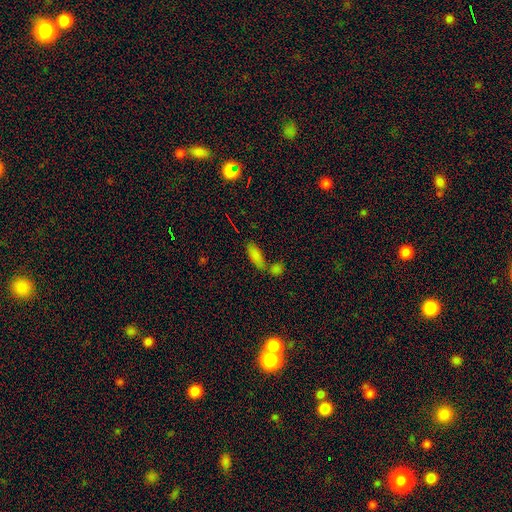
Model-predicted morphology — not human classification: smooth-or-featured: smooth: 79% | star or artifact: 13% | featured or disk: 8%
  how-rounded: in between: 68% | cigar-shaped: 28% | round: 3%
  merging: none: 47% | merger: 36% | minor disturbance: 12% | major disturbance: 5%